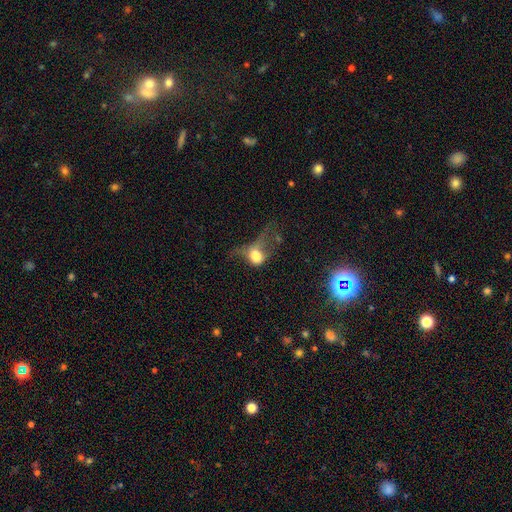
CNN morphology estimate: The model was most divided on "how rounded": in between: 56%, round: 41%, cigar-shaped: 3%. More confident: merging — major disturbance (62%); smooth or featured — smooth (58%).